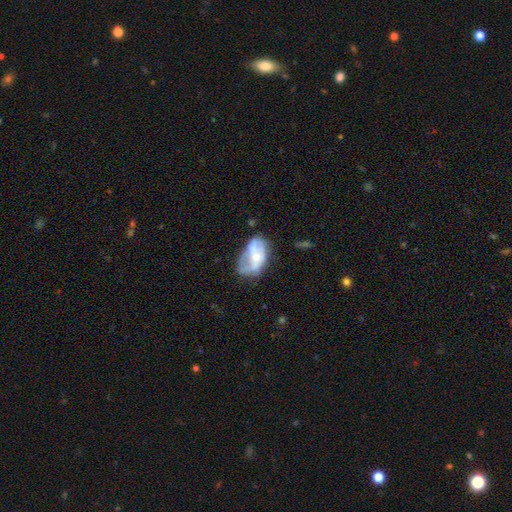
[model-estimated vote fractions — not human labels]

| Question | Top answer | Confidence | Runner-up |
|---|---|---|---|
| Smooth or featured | featured or disk | 54% | smooth (38%) |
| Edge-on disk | no | 96% | yes (4%) |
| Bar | no | 74% | weak (20%) |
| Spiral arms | no | 67% | yes (33%) |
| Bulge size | small | 45% | moderate (38%) |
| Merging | none | 34% | minor disturbance (28%) |